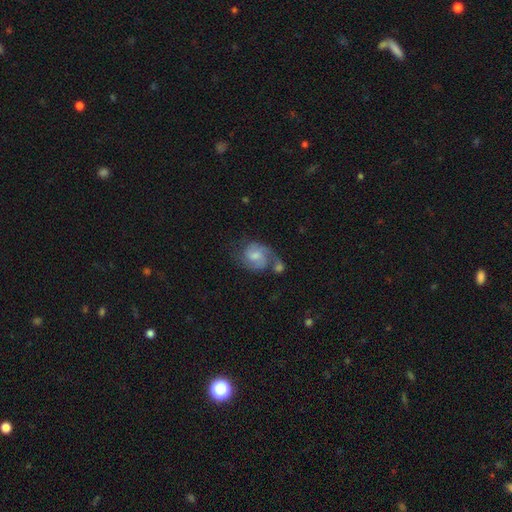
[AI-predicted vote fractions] Morphology: type=featured or disk (73%); edge-on=no (98%); bar=no (47%); spiral arms=yes (93%); winding=medium (48%); arm count=2 (72%); bulge=moderate (44%); merging=none (39%).